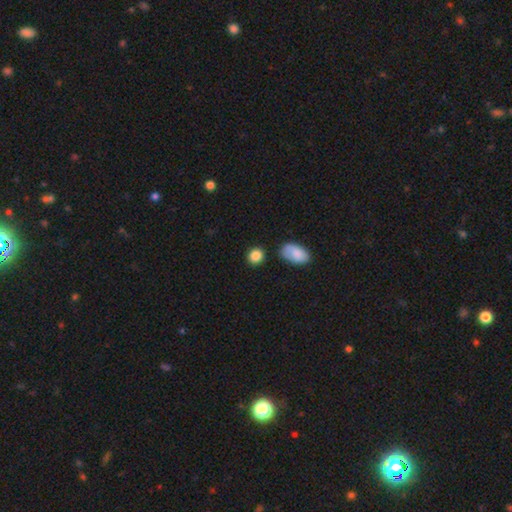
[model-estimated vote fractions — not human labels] Smooth or featured? Predicted: smooth (p=0.87). How rounded? Predicted: round (p=0.74). Merging? Predicted: none (p=0.80).